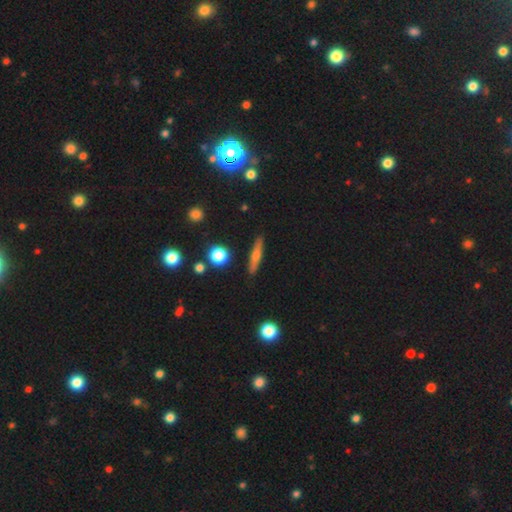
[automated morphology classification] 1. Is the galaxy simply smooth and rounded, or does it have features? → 47% smooth, 44% featured or disk, 9% star or artifact.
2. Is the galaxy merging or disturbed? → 88% none, 8% minor disturbance, 2% merger, 2% major disturbance.